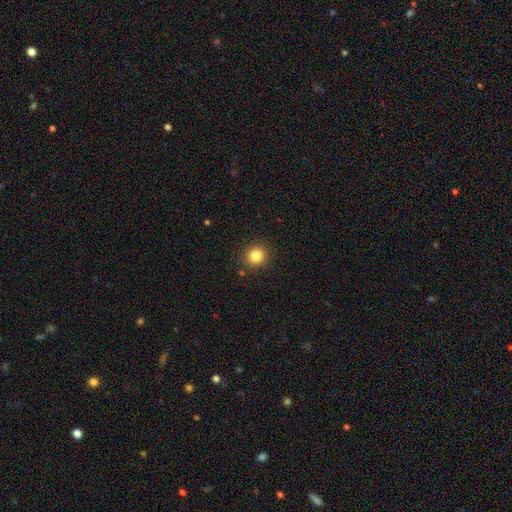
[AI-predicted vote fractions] Smooth or featured?
  - smooth: 84% *
  - star or artifact: 11%
  - featured or disk: 5%
How rounded?
  - round: 89% *
  - in between: 11%
  - cigar-shaped: 1%
Merging?
  - none: 89% *
  - minor disturbance: 7%
  - major disturbance: 2%
  - merger: 2%